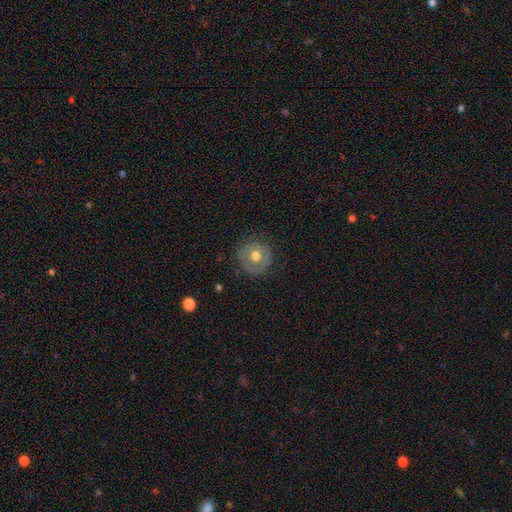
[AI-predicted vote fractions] Overall: smooth (54%; featured or disk 38%). How rounded: round (92%). Merging: none (78%).